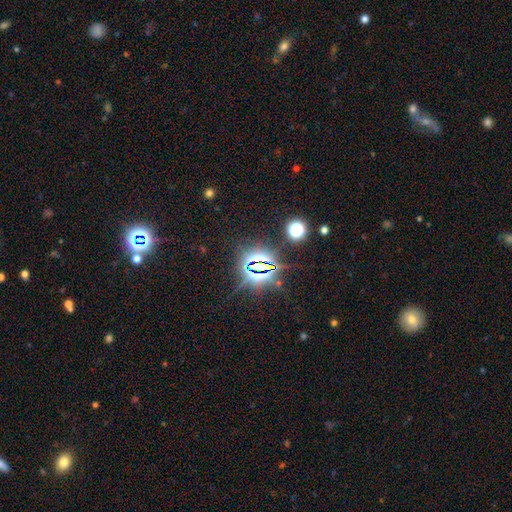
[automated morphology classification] star or artifact 82%, smooth 10%, featured or disk 8%.